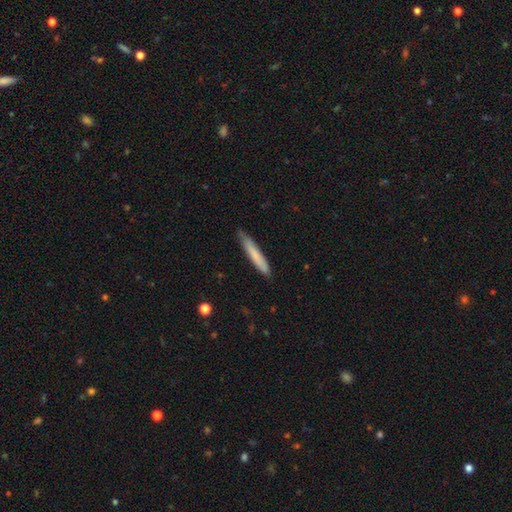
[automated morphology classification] A smooth galaxy with no disk features (75%) that is cigar-shaped (94%). Merging: none (83%).